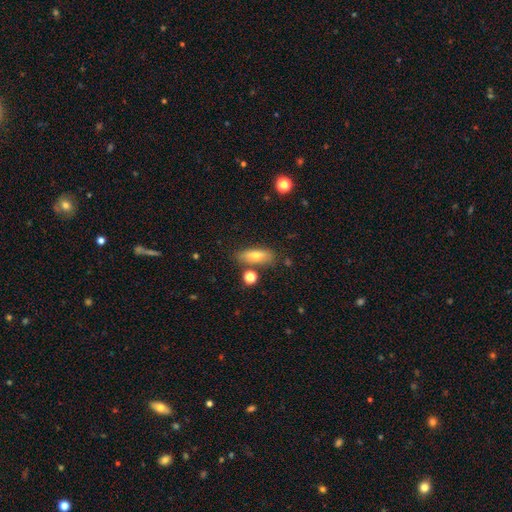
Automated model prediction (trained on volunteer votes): This is likely a smooth galaxy (67%). How rounded: possibly in between (60%). Merging: likely none (76%).